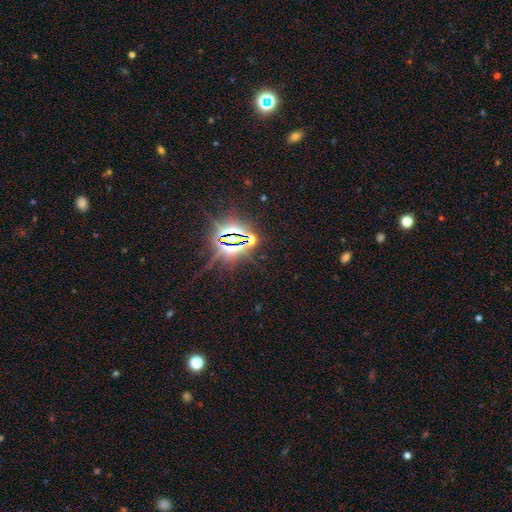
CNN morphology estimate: type=star or artifact (83%).